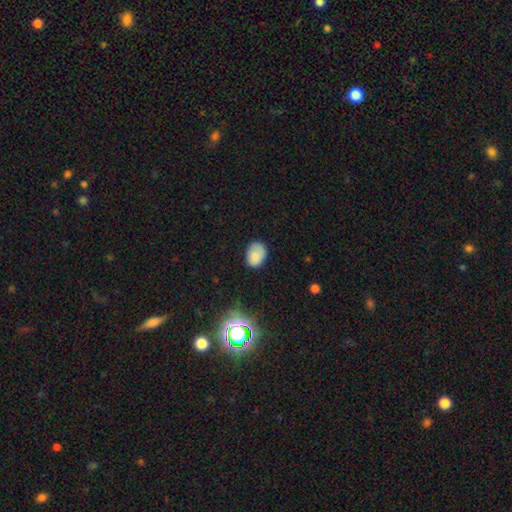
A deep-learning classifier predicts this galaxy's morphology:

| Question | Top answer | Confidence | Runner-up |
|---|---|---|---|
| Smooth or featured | smooth | 82% | star or artifact (11%) |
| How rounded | in between | 67% | round (32%) |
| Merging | none | 74% | minor disturbance (20%) |